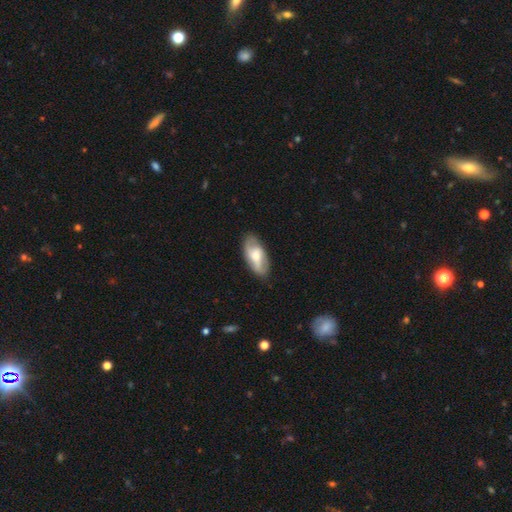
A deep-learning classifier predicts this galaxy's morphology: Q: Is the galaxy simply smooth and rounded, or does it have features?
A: featured or disk — 49%.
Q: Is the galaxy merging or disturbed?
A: none — 78%.